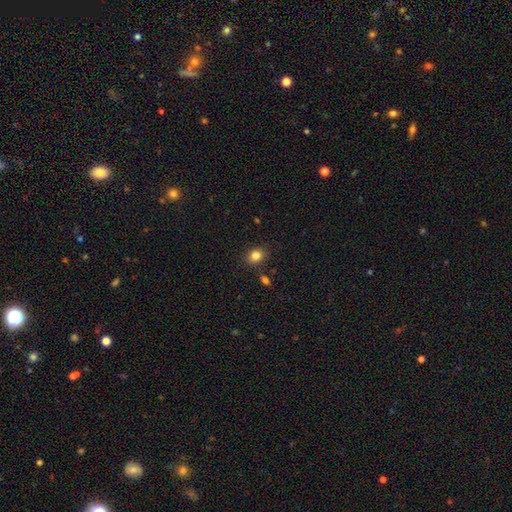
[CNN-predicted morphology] smooth 83%, star or artifact 11%, featured or disk 6%. Down the decision tree: how rounded — in between (51%); merging — none (85%).